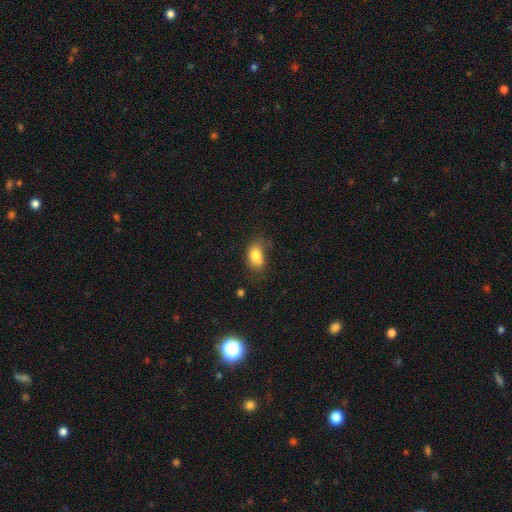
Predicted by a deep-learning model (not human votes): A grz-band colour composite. It shows a smooth galaxy with no disk features (80%) that is in between round and cigar-shaped (84%). Merging: none (56%).